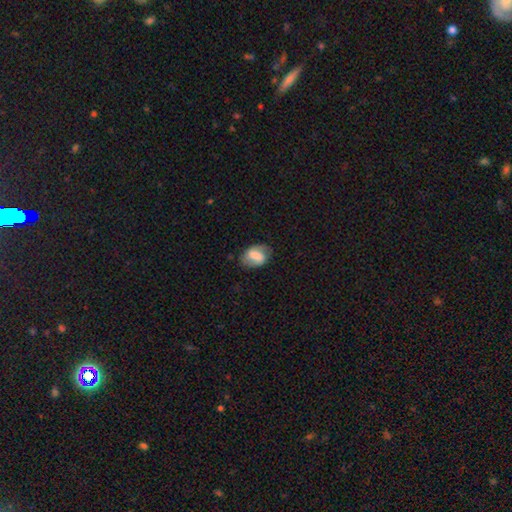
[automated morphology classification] Smooth or featured: smooth — 47% (featured or disk — 46%)
Merging: none — 71% (minor disturbance — 20%)